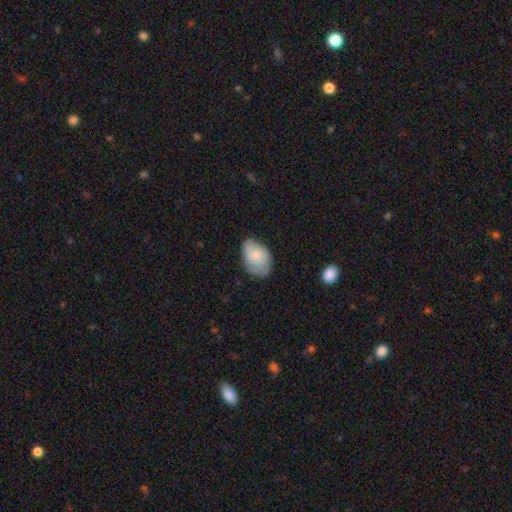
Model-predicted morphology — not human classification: smooth_or_featured: smooth (p=0.68) [alt: featured or disk p=0.25]
how_rounded: in between (p=0.87) [alt: round p=0.12]
merging: none (p=0.53) [alt: minor disturbance p=0.35]